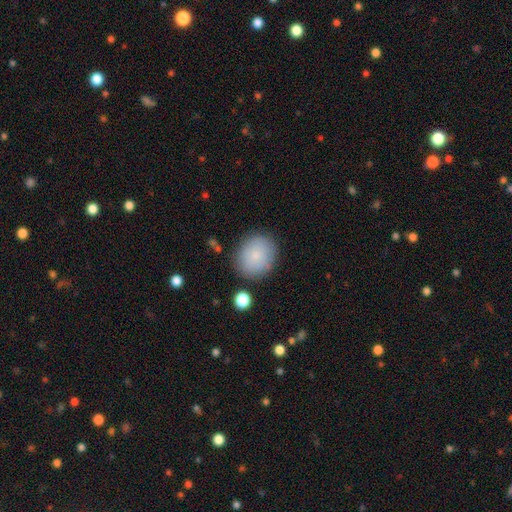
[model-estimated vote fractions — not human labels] This appears to be a smooth galaxy with no disk features (84%) that is round (75%). Merging: none (83%).